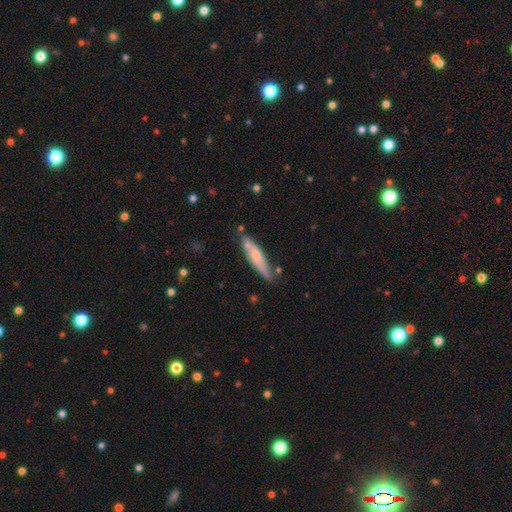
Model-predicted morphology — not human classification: A smooth galaxy with no disk features (61%) that is cigar-shaped (81%).

Vote fractions:
- Smooth or featured? smooth: 61% / featured or disk: 33% / star or artifact: 6%
- How rounded? cigar-shaped: 81% / in between: 18% / round: 1%
- Merging? none: 70% / minor disturbance: 20% / merger: 6% / major disturbance: 4%